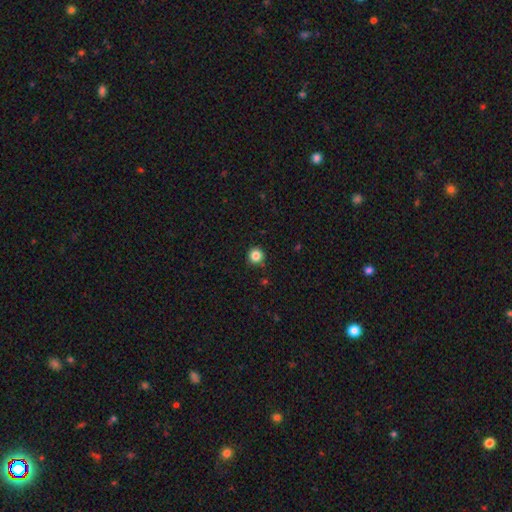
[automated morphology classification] This is clearly a smooth galaxy (85%). How rounded: clearly round (95%). Merging: clearly none (91%).